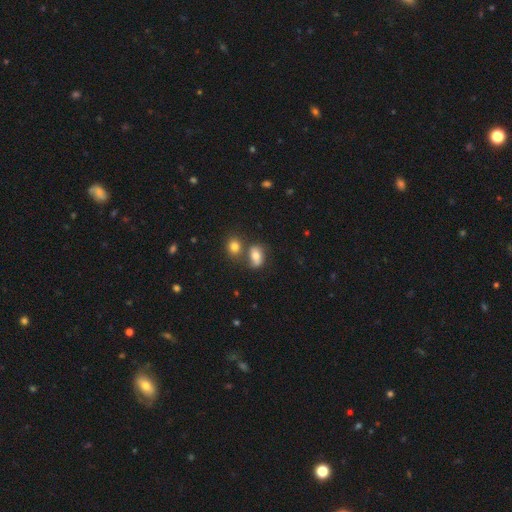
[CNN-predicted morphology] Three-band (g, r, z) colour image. It shows a smooth galaxy with no disk features (69%) that is in between round and cigar-shaped (76%). Merging: none (50%).